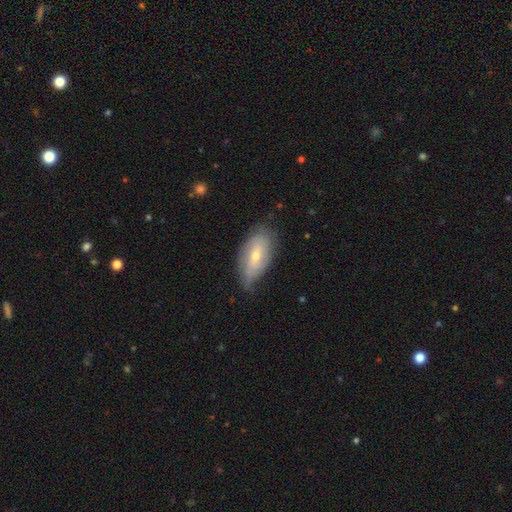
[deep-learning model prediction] Smooth or featured? Predicted: smooth (p=0.49). Merging? Predicted: none (p=0.61).